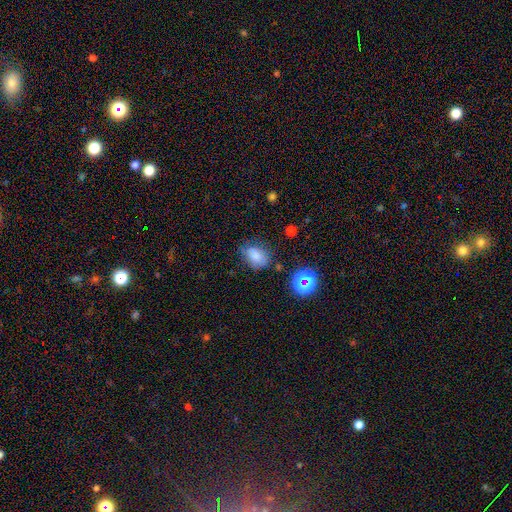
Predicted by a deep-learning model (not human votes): Q: Smooth or featured?
A: smooth (76%); runner-up: star or artifact (13%)
Q: How rounded?
A: in between (71%); runner-up: round (28%)
Q: Merging?
A: none (64%); runner-up: minor disturbance (25%)